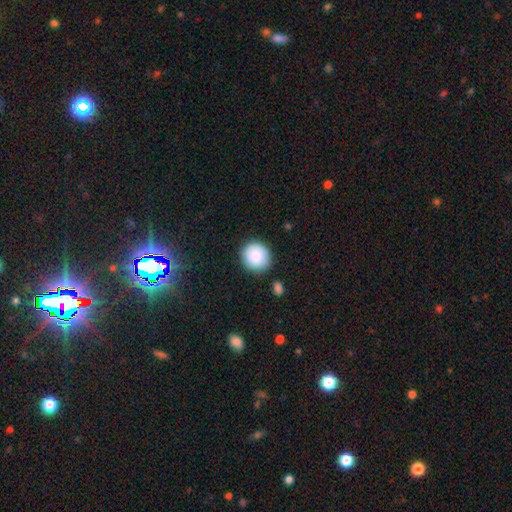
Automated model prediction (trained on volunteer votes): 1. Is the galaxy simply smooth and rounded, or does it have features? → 86% smooth, 7% star or artifact, 6% featured or disk.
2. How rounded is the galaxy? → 88% round, 11% in between, 1% cigar-shaped.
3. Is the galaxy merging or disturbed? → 85% none, 10% minor disturbance, 3% merger, 2% major disturbance.